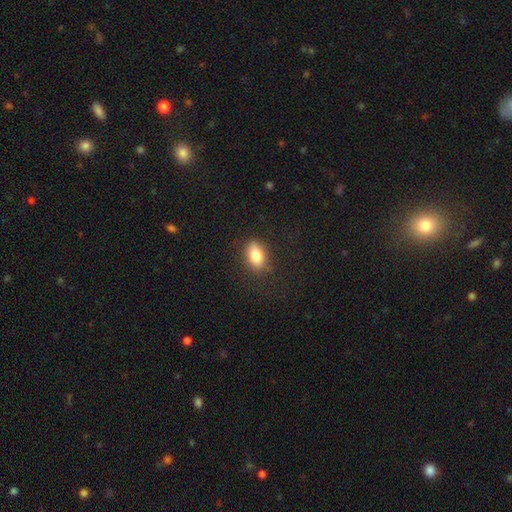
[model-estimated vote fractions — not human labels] Smooth or featured: smooth — 81% (featured or disk — 10%)
How rounded: in between — 82% (round — 15%)
Merging: none — 79% (minor disturbance — 16%)